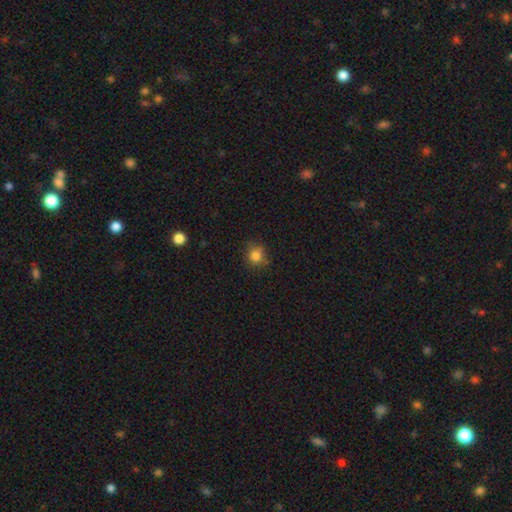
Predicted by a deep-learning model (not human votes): This appears to be a smooth galaxy with no disk features (81%) that is round (84%). Merging: none (79%).